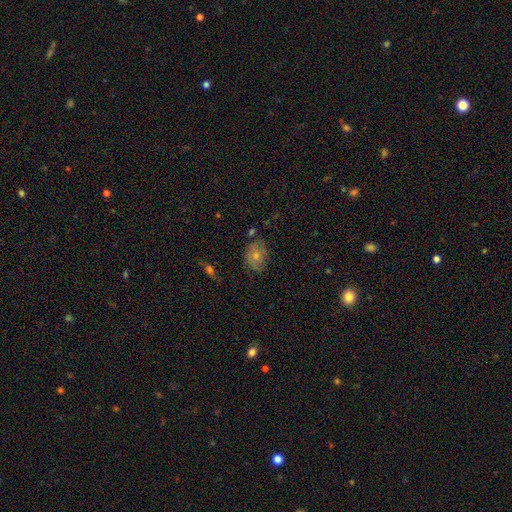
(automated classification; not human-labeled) A smooth galaxy with no disk features (69%) that is in between round and cigar-shaped (67%).

Vote fractions:
- Smooth or featured? smooth: 69% / featured or disk: 22% / star or artifact: 9%
- How rounded? in between: 67% / round: 31% / cigar-shaped: 1%
- Merging? none: 66% / minor disturbance: 24% / major disturbance: 6% / merger: 4%